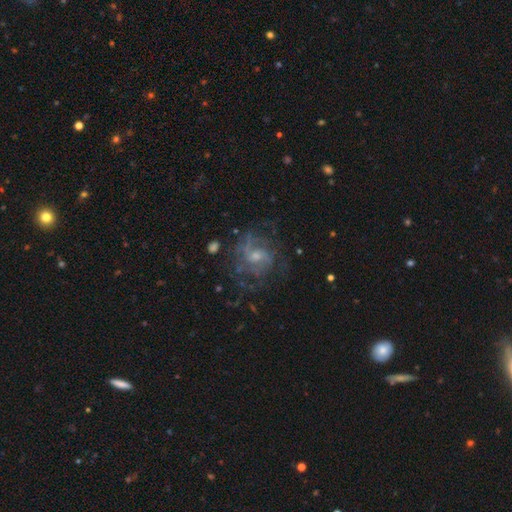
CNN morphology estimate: Smooth or featured? Predicted: featured or disk (p=0.72). Edge-on disk? Predicted: no (p=0.97). Bar? Predicted: no (p=0.58). Spiral arms? Predicted: yes (p=0.79). Spiral winding? Predicted: medium (p=0.44). Spiral arm count? Predicted: can't tell (p=0.43). Bulge size? Predicted: small (p=0.49). Merging? Predicted: none (p=0.62).